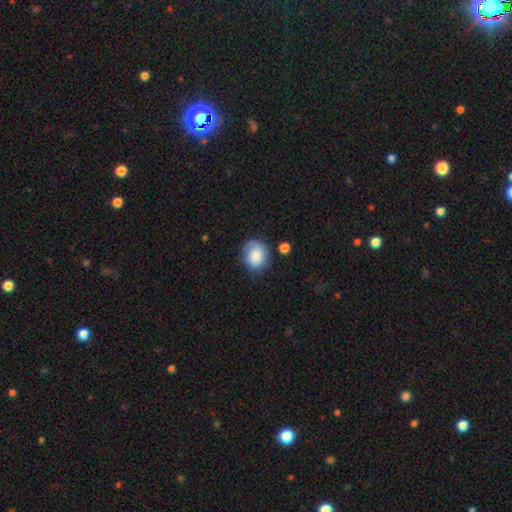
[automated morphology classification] Smooth or featured: smooth — 79% (featured or disk — 13%)
How rounded: round — 64% (in between — 35%)
Merging: none — 65% (minor disturbance — 23%)